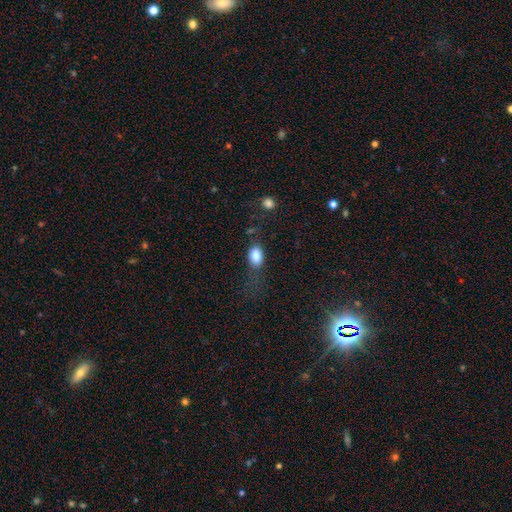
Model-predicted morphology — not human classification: A smooth galaxy with no disk features (84%) that is in between round and cigar-shaped (83%).

Vote fractions:
- Smooth or featured? smooth: 84% / star or artifact: 8% / featured or disk: 7%
- How rounded? in between: 83% / round: 14% / cigar-shaped: 3%
- Merging? none: 55% / minor disturbance: 22% / major disturbance: 18% / merger: 5%